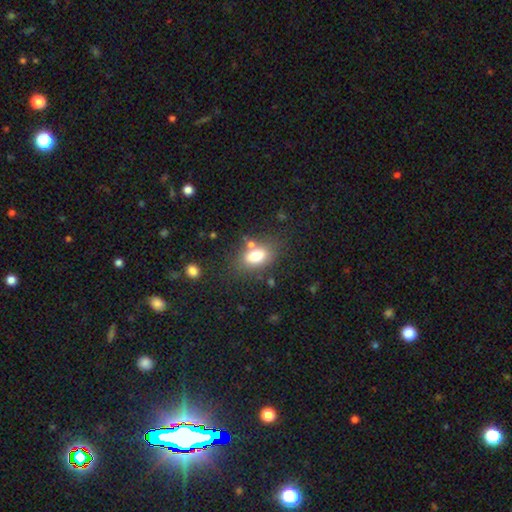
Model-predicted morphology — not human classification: Smooth or featured?
  - smooth: 77% *
  - featured or disk: 13%
  - star or artifact: 10%
How rounded?
  - in between: 84% *
  - round: 13%
  - cigar-shaped: 2%
Merging?
  - none: 71% *
  - minor disturbance: 14%
  - merger: 10%
  - major disturbance: 5%